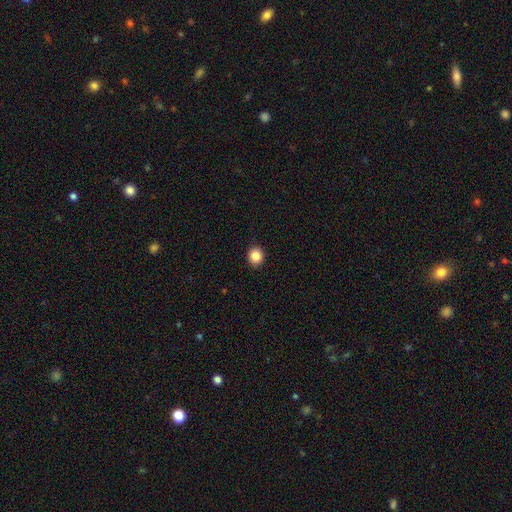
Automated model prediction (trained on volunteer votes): This appears to be a smooth galaxy with no disk features (85%) that is round (77%). Merging: none (92%).